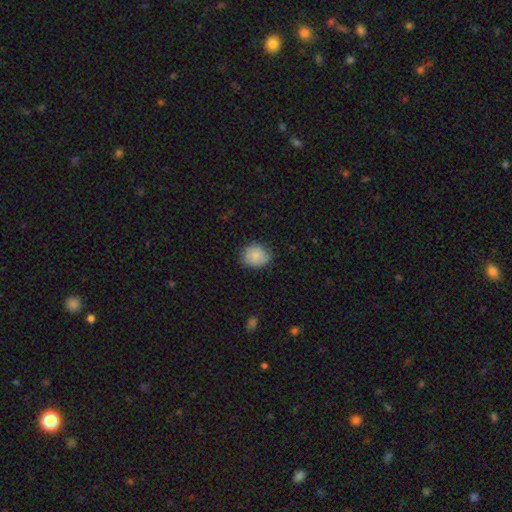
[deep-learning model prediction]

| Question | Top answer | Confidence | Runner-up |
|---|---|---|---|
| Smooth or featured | smooth | 85% | star or artifact (7%) |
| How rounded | round | 63% | in between (36%) |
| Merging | none | 79% | minor disturbance (16%) |